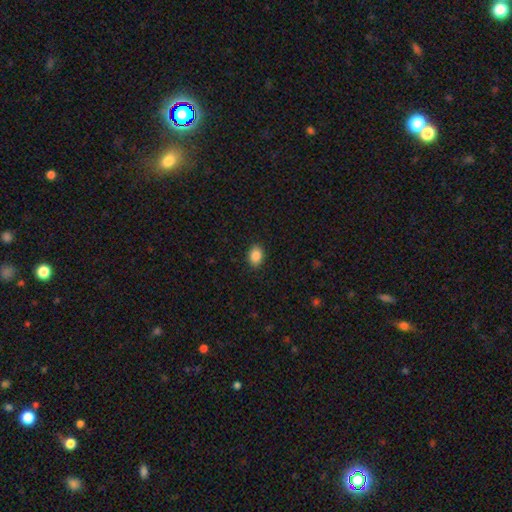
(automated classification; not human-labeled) A smooth galaxy with no disk features (88%) that is in between round and cigar-shaped (71%). Merging: none (89%).